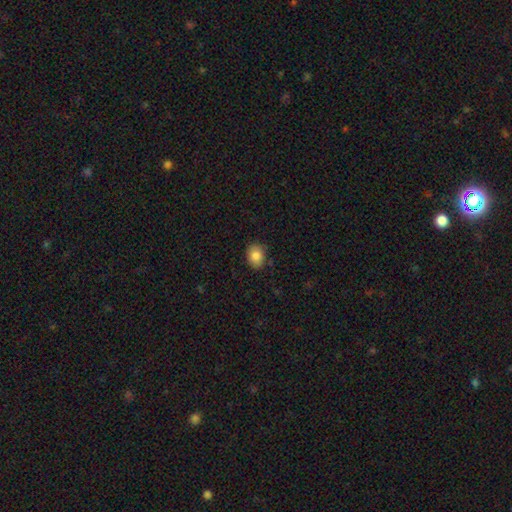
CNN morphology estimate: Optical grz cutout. It shows a smooth galaxy with no disk features (85%) that is in between round and cigar-shaped (56%). Merging: none (82%).